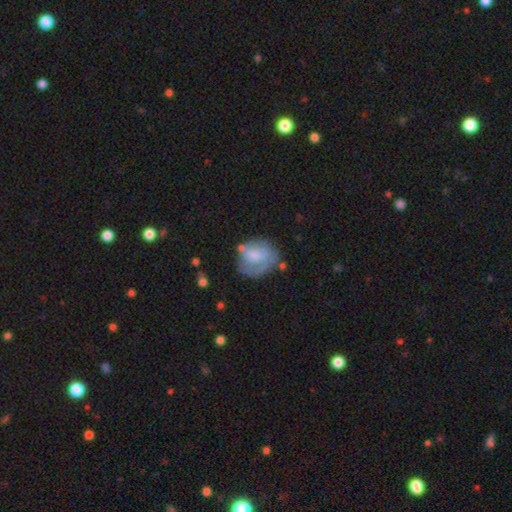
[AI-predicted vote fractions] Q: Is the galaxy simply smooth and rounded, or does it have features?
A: smooth — 54%.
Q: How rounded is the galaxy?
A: round — 63%.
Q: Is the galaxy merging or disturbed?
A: none — 49%.